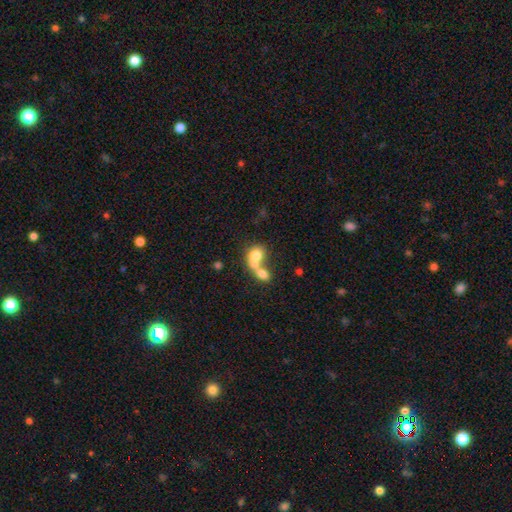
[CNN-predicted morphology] A smooth galaxy with no disk features (67%) that is round (56%). Merging: merger (73%).